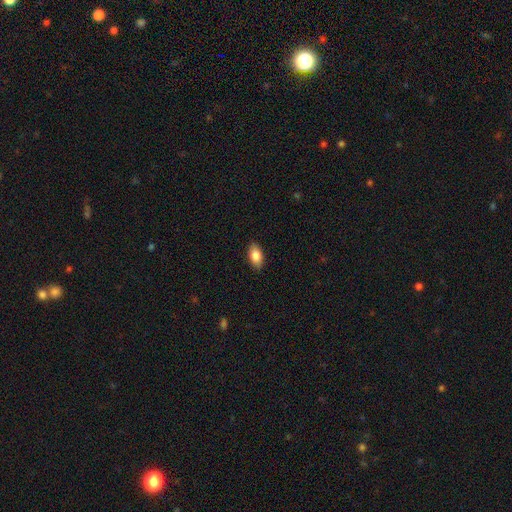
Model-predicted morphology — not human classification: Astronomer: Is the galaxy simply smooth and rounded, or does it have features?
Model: smooth — 85%.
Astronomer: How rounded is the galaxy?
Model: in between — 92%.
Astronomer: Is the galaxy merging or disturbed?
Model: none — 88%.